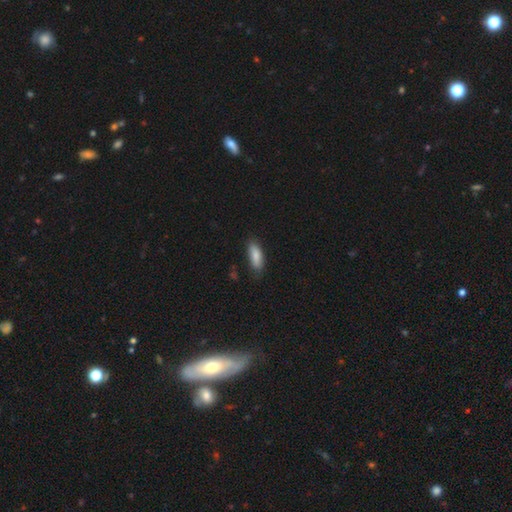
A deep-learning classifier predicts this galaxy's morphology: smooth_or_featured: smooth (p=0.85) [alt: featured or disk p=0.09]
how_rounded: in between (p=0.68) [alt: cigar-shaped p=0.30]
merging: none (p=0.75) [alt: minor disturbance p=0.20]